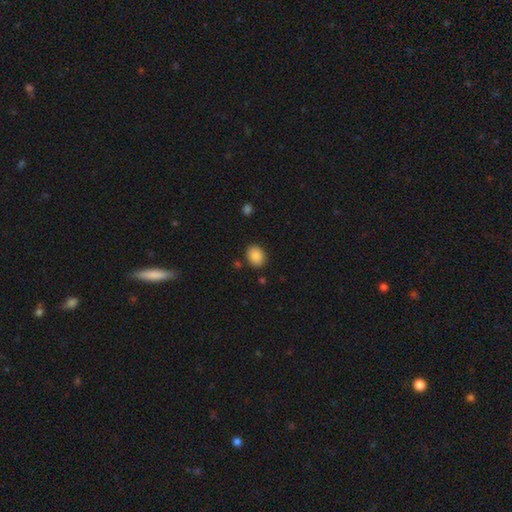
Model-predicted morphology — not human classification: Smooth or featured? smooth (88%)
How rounded? in between (56%)
Merging? none (85%)